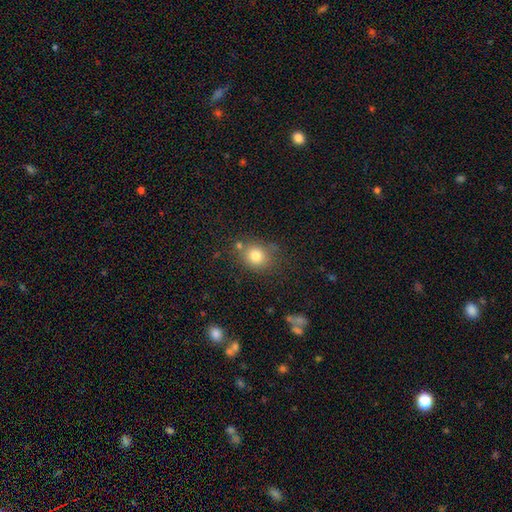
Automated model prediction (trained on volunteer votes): A smooth galaxy with no disk features (79%) that is round (69%). Merging: none (70%).